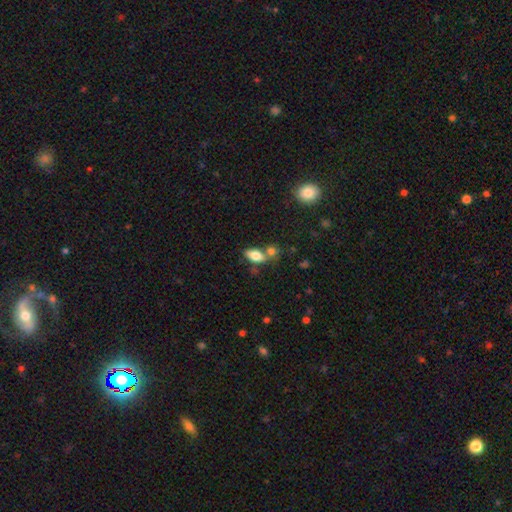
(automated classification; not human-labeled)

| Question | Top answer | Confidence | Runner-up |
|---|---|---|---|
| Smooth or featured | smooth | 74% | featured or disk (17%) |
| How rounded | in between | 84% | cigar-shaped (9%) |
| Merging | none | 50% | merger (31%) |